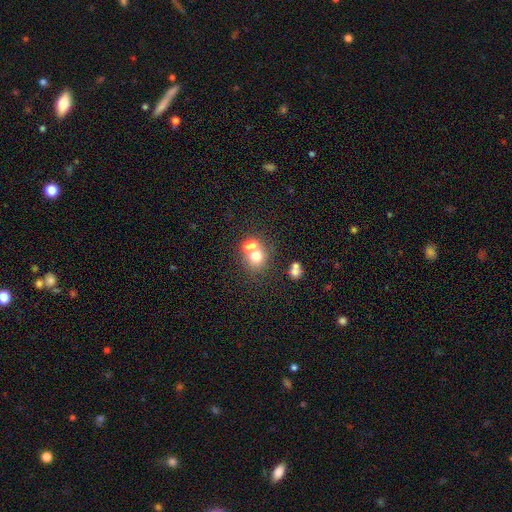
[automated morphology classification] Smooth or featured? Predicted: smooth (p=0.66). How rounded? Predicted: round (p=0.75). Merging? Predicted: merger (p=0.50).